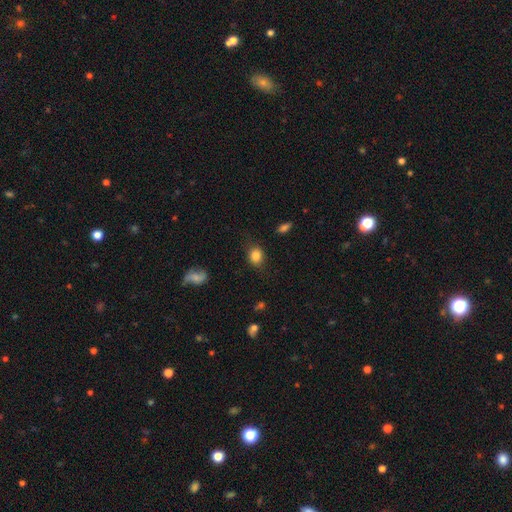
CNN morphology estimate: The model was most divided on "how rounded": round: 57%, in between: 41%, cigar-shaped: 1%. More confident: smooth or featured — smooth (84%); merging — none (77%).